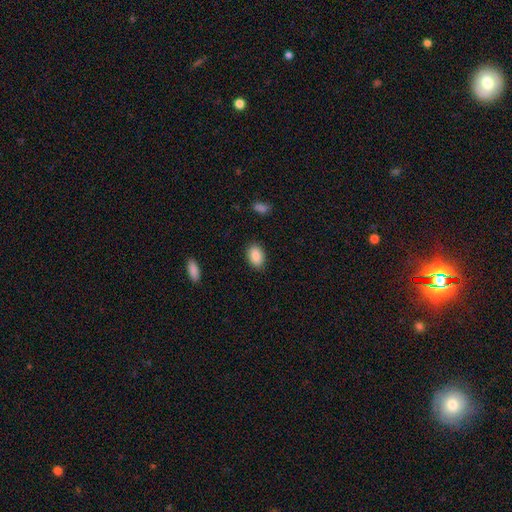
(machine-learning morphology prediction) Overall: smooth (89%). How rounded: in between (85%). Merging: none (86%).